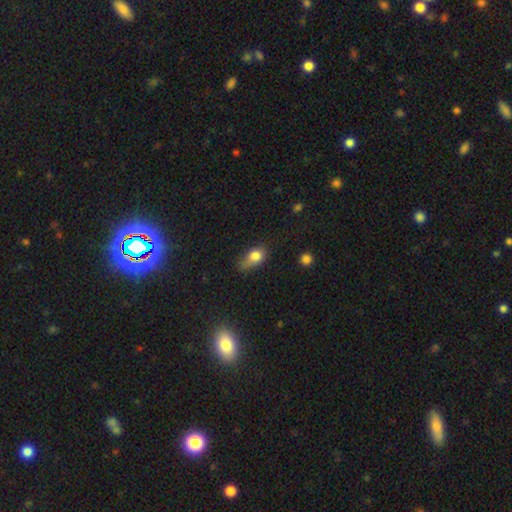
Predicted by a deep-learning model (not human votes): Smooth or featured? smooth (78%)
How rounded? in between (73%)
Merging? minor disturbance (40%)